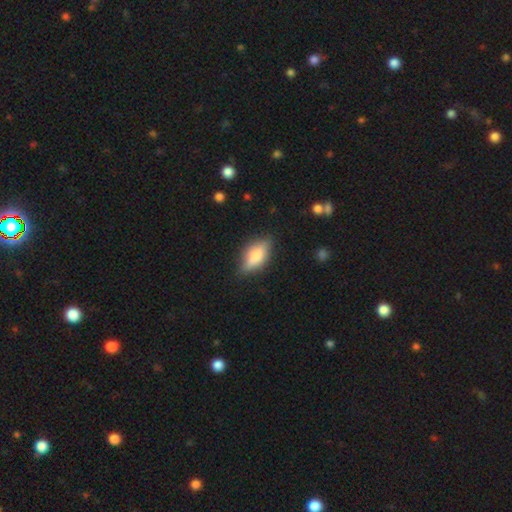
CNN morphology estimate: The model was most divided on "smooth or featured": smooth: 62%, featured or disk: 31%, star or artifact: 8%. More confident: merging — none (78%); how rounded — in between (74%).